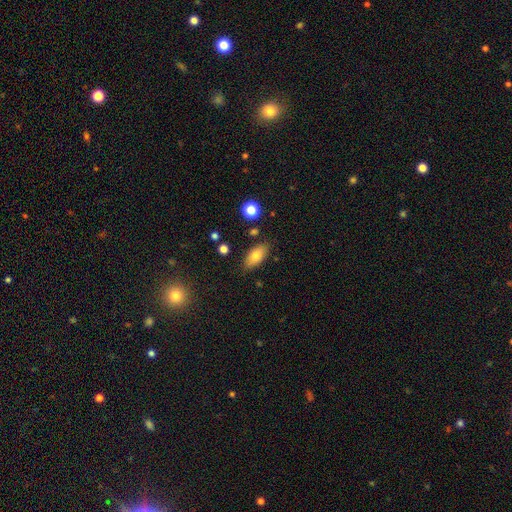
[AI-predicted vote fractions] This appears to be a smooth galaxy with no disk features (77%) that is in between round and cigar-shaped (88%). Merging: none (83%).